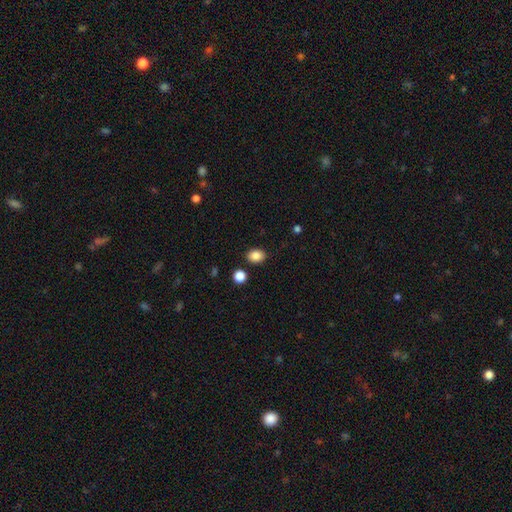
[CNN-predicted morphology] This is clearly a smooth galaxy (87%). How rounded: likely in between (61%). Merging: clearly none (86%).